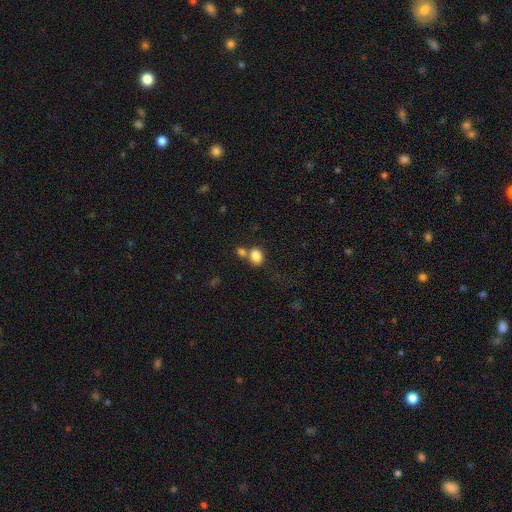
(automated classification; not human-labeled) A smooth galaxy with no disk features (83%) that is in between round and cigar-shaped (54%).

Vote fractions:
- Smooth or featured? smooth: 83% / star or artifact: 10% / featured or disk: 7%
- How rounded? in between: 54% / round: 45% / cigar-shaped: 1%
- Merging? none: 43% / merger: 40% / minor disturbance: 11% / major disturbance: 6%